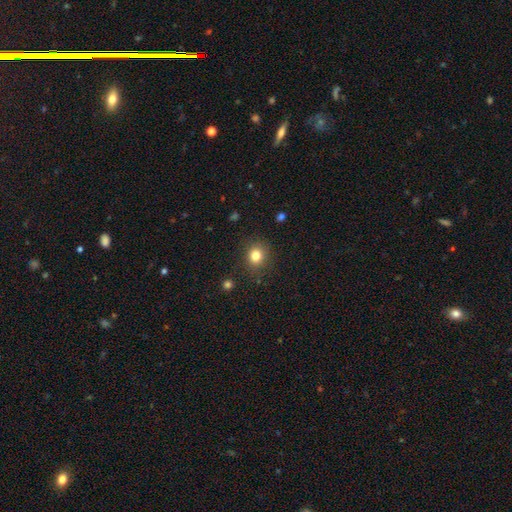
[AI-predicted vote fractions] A smooth galaxy with no disk features (81%) that is round (77%). Merging: none (86%).